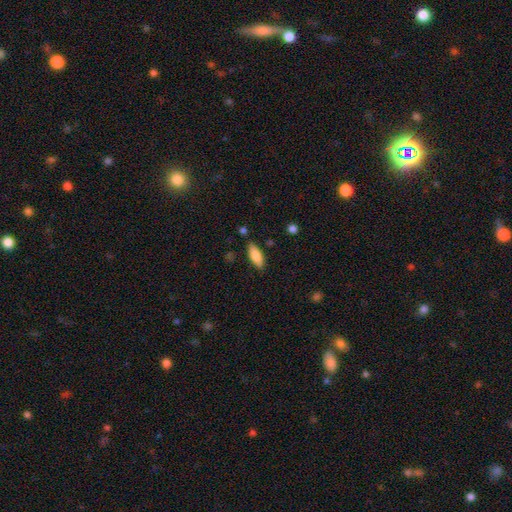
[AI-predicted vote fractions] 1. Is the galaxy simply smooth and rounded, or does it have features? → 84% smooth, 10% featured or disk, 6% star or artifact.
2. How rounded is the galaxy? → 70% in between, 28% cigar-shaped, 2% round.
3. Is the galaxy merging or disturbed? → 83% none, 12% minor disturbance, 3% merger, 3% major disturbance.